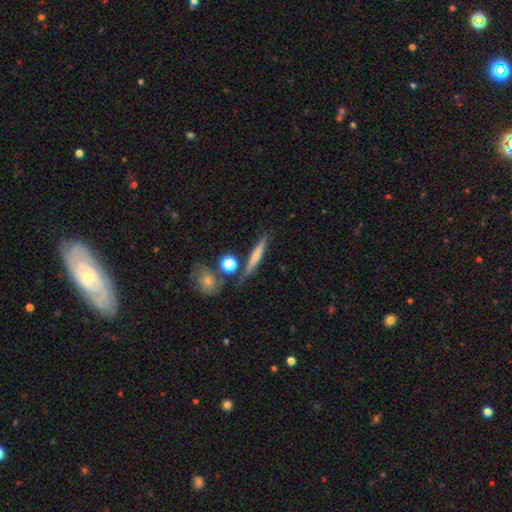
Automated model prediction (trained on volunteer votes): A smooth galaxy with no disk features (54%) that is cigar-shaped (84%). Merging: none (78%).